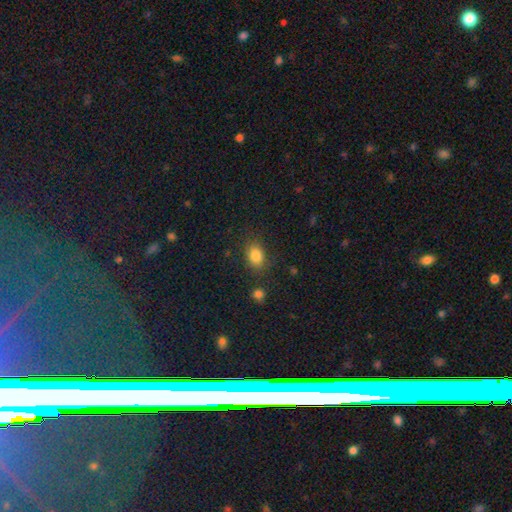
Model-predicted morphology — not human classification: The model was most divided on "how rounded": in between: 71%, round: 27%, cigar-shaped: 1%. More confident: smooth or featured — smooth (84%); merging — none (78%).